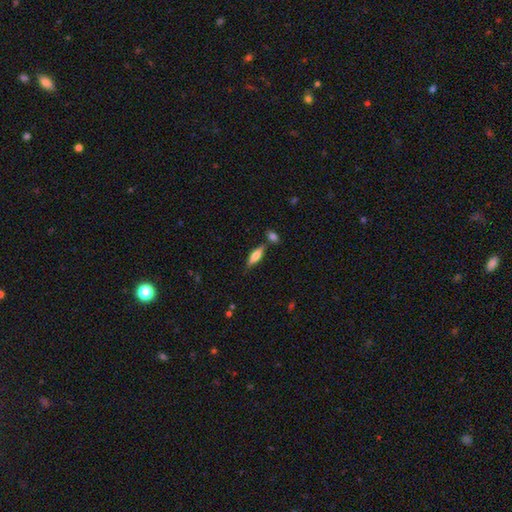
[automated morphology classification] Smooth or featured? smooth (59%)
How rounded? cigar-shaped (53%)
Merging? none (70%)